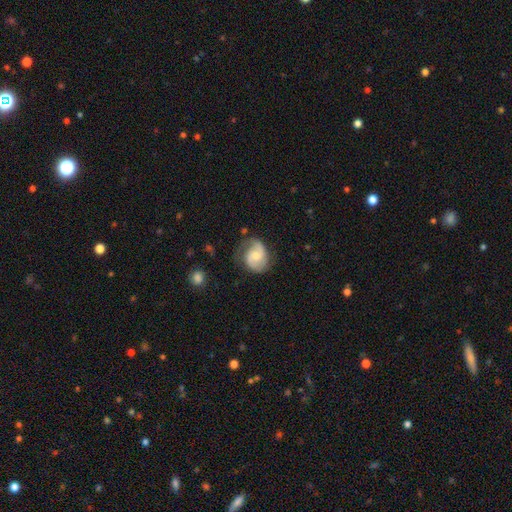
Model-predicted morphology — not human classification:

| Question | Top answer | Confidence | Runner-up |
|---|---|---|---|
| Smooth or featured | featured or disk | 78% | smooth (17%) |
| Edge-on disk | no | 98% | yes (2%) |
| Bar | no | 55% | weak (38%) |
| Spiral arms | yes | 96% | no (4%) |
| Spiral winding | medium | 49% | tight (29%) |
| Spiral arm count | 2 | 86% | can't tell (6%) |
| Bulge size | small | 45% | tied: moderate (45%) |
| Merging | none | 67% | minor disturbance (22%) |